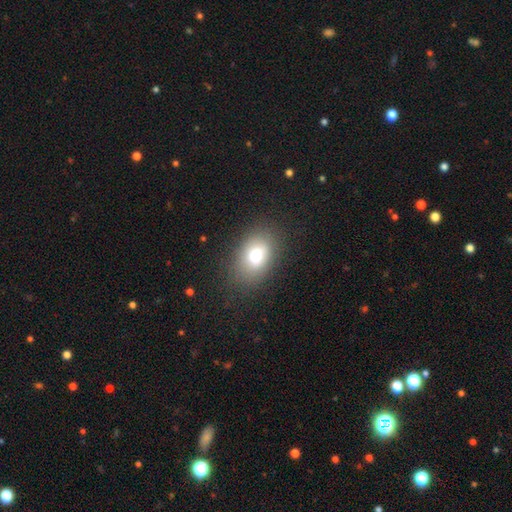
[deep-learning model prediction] Overall: smooth (73%). How rounded: in between (78%). Merging: none (80%).